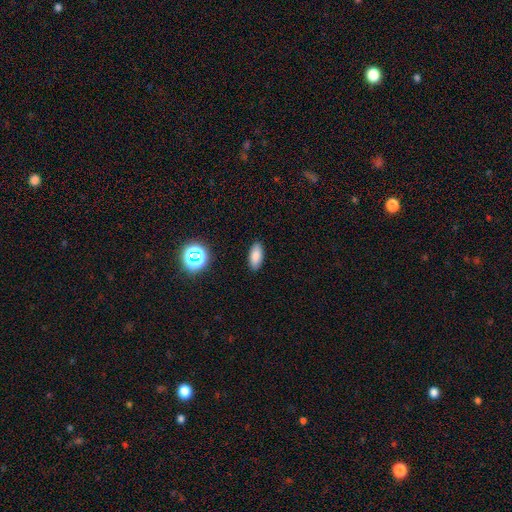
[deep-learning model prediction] The model was most divided on "smooth or featured": smooth: 82%, star or artifact: 11%, featured or disk: 7%. More confident: merging — none (89%); how rounded — in between (85%).